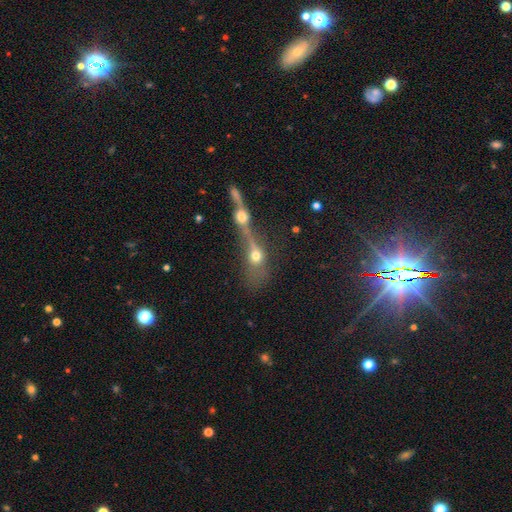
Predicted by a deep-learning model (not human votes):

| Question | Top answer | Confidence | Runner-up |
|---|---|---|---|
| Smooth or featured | smooth | 51% | featured or disk (32%) |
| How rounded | round | 47% | in between (42%) |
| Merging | merger | 72% | none (12%) |